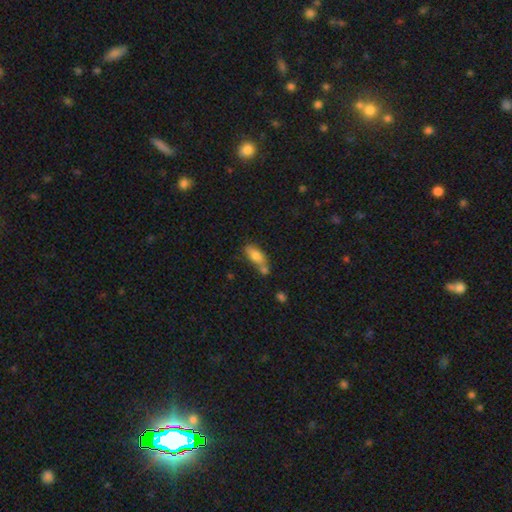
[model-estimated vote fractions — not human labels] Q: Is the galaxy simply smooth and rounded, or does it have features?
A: smooth — 75%.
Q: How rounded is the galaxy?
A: in between — 77%.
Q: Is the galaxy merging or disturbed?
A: none — 41%.